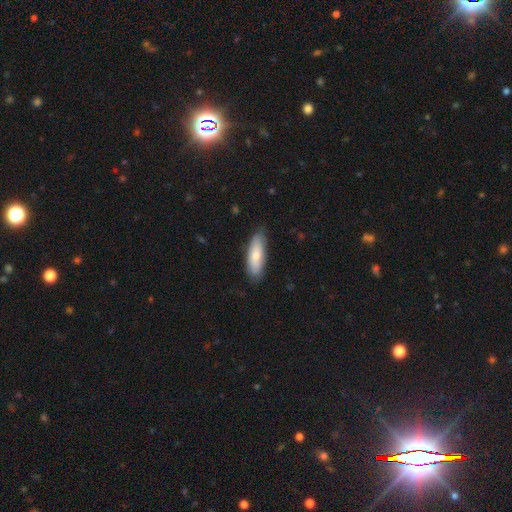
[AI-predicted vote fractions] Smooth or featured?
  - smooth: 75% *
  - featured or disk: 20%
  - star or artifact: 5%
How rounded?
  - in between: 56% *
  - cigar-shaped: 42%
  - round: 2%
Merging?
  - none: 79% *
  - minor disturbance: 17%
  - major disturbance: 3%
  - merger: 1%